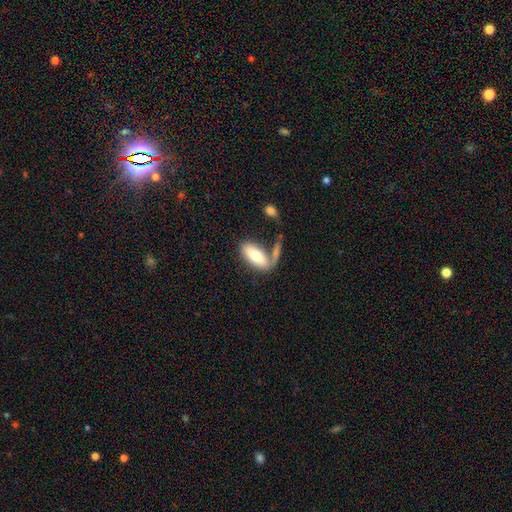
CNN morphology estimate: A smooth galaxy with no disk features (73%) that is in between round and cigar-shaped (85%).

Vote fractions:
- Smooth or featured? smooth: 73% / featured or disk: 21% / star or artifact: 6%
- How rounded? in between: 85% / cigar-shaped: 12% / round: 2%
- Merging? none: 45% / merger: 29% / minor disturbance: 14% / major disturbance: 11%